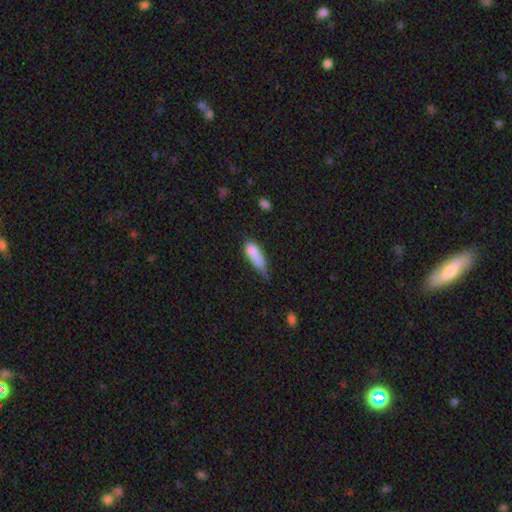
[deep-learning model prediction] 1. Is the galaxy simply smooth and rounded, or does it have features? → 80% smooth, 12% featured or disk, 8% star or artifact.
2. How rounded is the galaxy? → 51% cigar-shaped, 46% in between, 3% round.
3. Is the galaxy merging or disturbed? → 43% minor disturbance, 31% none, 20% major disturbance, 6% merger.